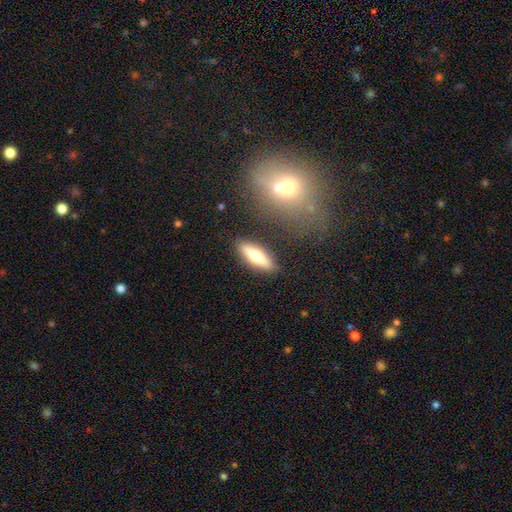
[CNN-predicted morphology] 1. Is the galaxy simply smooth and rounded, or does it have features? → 58% smooth, 36% featured or disk, 6% star or artifact.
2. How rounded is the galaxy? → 50% cigar-shaped, 48% in between, 2% round.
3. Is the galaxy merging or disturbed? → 86% none, 9% minor disturbance, 3% merger, 3% major disturbance.